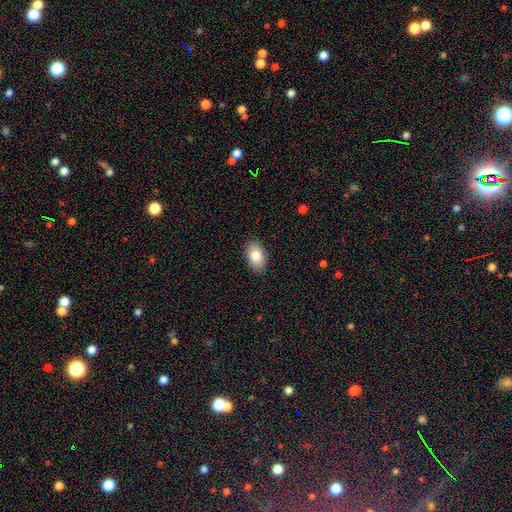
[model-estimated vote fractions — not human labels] The model was most divided on "smooth or featured": smooth: 82%, featured or disk: 11%, star or artifact: 7%. More confident: how rounded — in between (93%); merging — none (88%).